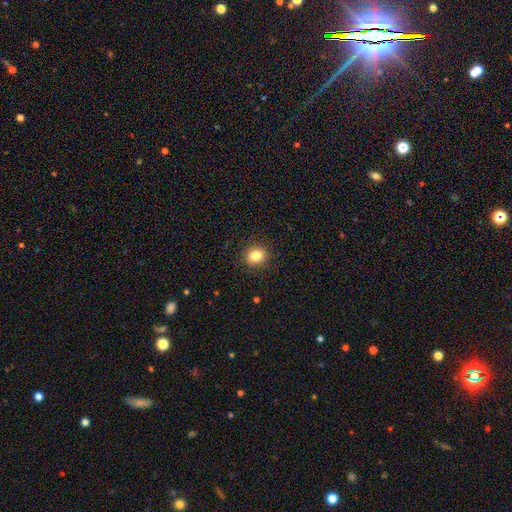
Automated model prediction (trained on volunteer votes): Smooth or featured: smooth — 83% (star or artifact — 11%)
How rounded: round — 70% (in between — 29%)
Merging: none — 89% (minor disturbance — 7%)